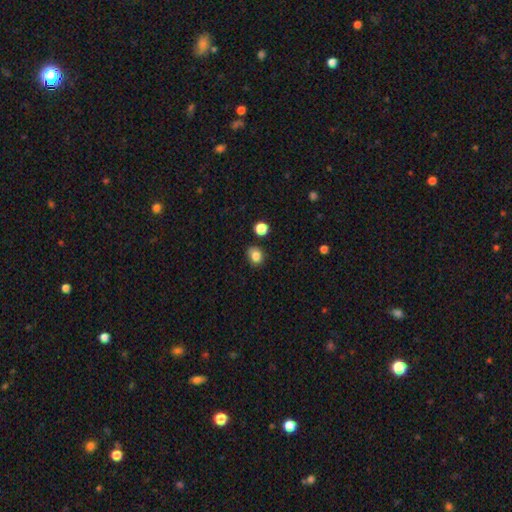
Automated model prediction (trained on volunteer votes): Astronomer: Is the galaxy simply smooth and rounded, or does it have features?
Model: smooth — 83%.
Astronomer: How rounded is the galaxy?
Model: round — 64%.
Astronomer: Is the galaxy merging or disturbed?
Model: none — 81%.